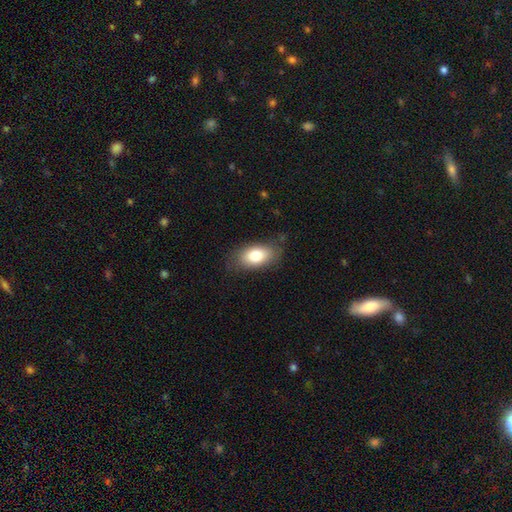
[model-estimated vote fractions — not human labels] Morphology: type=smooth (79%); roundness=in between (91%); merging=none (79%).